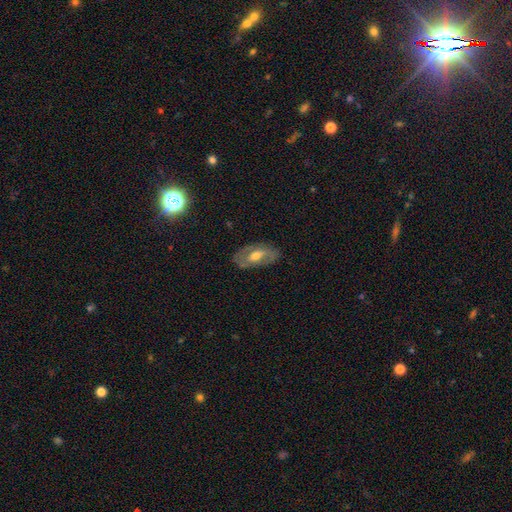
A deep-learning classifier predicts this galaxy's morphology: This is likely a featured or disk galaxy (63%). It is clearly not viewed edge-on (87%). Bar: marginally weak (42%). Spiral arm pattern: possibly yes (56%). Central bulge: likely moderate (68%). Merging: likely none (79%).